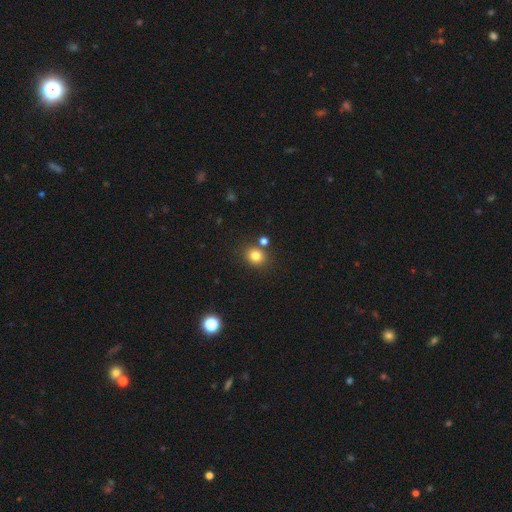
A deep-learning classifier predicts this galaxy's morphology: Smooth or featured? smooth (81%)
How rounded? round (71%)
Merging? none (77%)